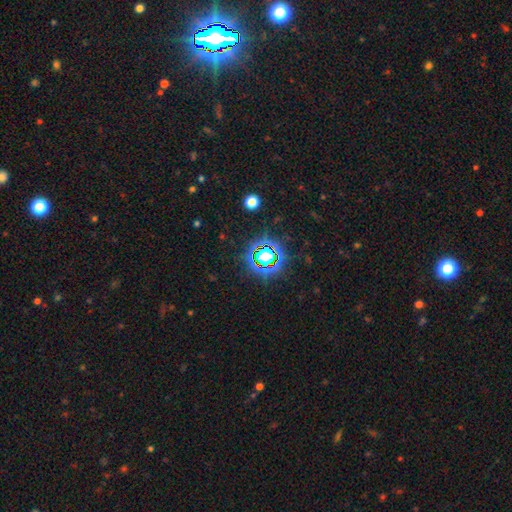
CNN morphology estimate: A star or artifact, not a galaxy (78%).